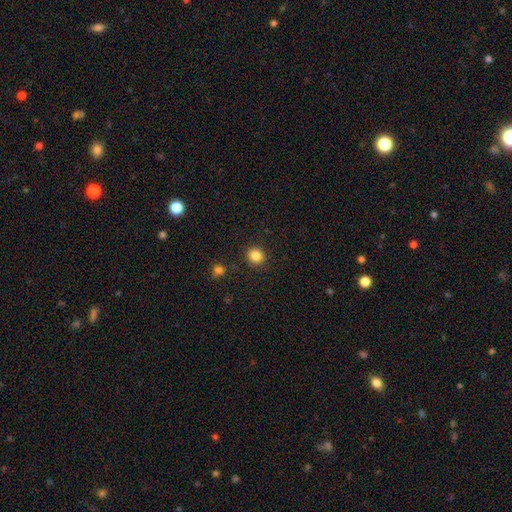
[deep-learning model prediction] A smooth galaxy with no disk features (85%) that is round (87%).

Vote fractions:
- Smooth or featured? smooth: 85% / star or artifact: 11% / featured or disk: 4%
- How rounded? round: 87% / in between: 12% / cigar-shaped: 1%
- Merging? none: 90% / minor disturbance: 6% / major disturbance: 2% / merger: 2%